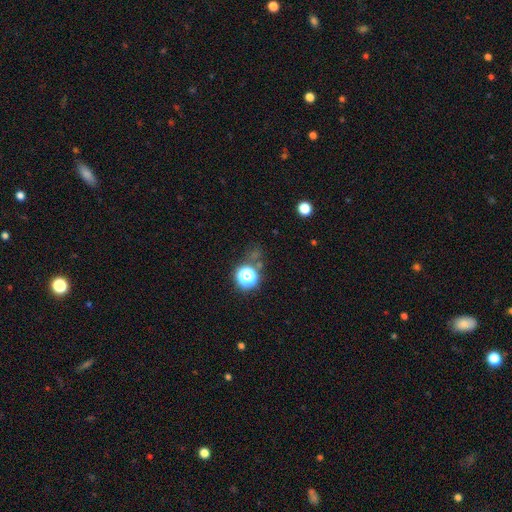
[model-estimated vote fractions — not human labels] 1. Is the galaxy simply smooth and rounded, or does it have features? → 63% star or artifact, 28% smooth, 8% featured or disk.